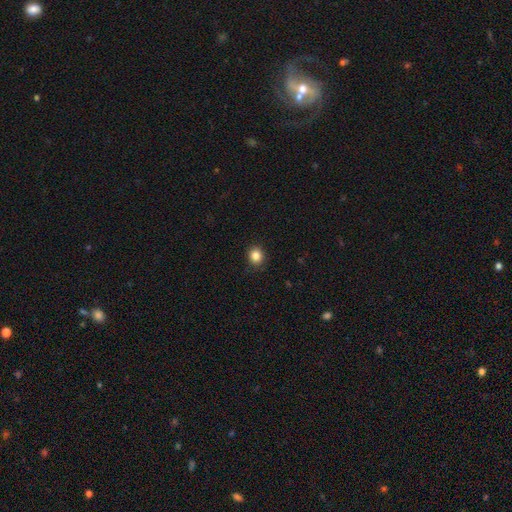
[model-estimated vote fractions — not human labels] The model was most divided on "how rounded": round: 79%, in between: 21%, cigar-shaped: 1%. More confident: merging — none (90%); smooth or featured — smooth (85%).